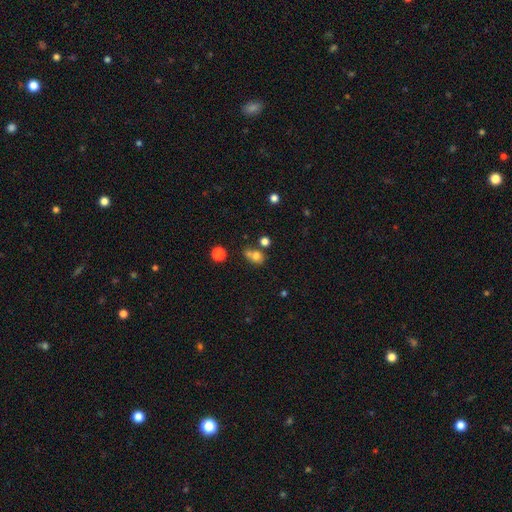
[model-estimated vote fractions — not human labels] Q: Smooth or featured?
A: smooth (73%); runner-up: star or artifact (15%)
Q: How rounded?
A: round (67%); runner-up: in between (32%)
Q: Merging?
A: none (42%); runner-up: merger (40%)